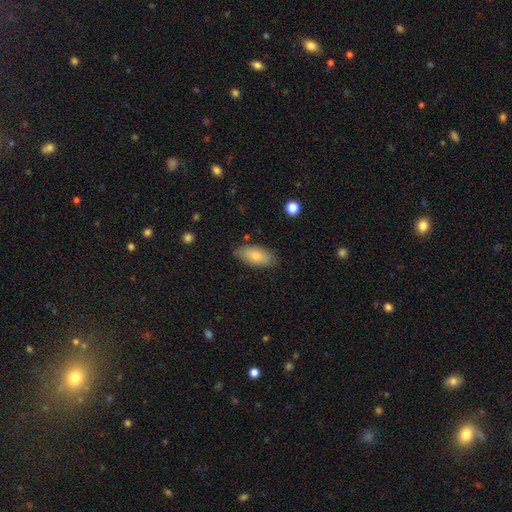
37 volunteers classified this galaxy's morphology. Volunteers were most divided on "smooth or featured": smooth: 81%, featured or disk: 14%, star or artifact: 5%. More confident: merging — none (94%); how rounded — in between (90%).